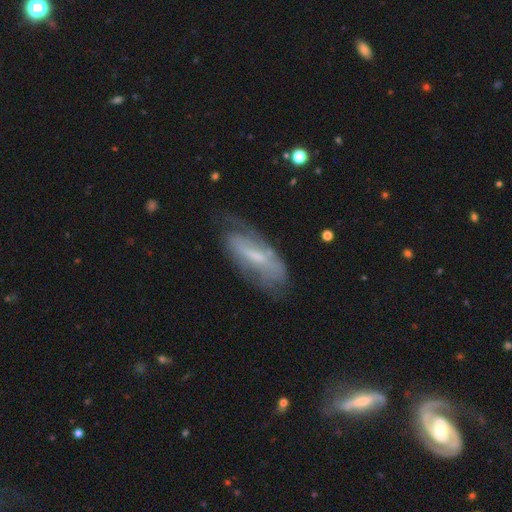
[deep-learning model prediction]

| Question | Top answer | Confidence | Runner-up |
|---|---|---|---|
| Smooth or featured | featured or disk | 60% | smooth (32%) |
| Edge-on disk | no | 83% | yes (17%) |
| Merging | none | 54% | minor disturbance (27%) |